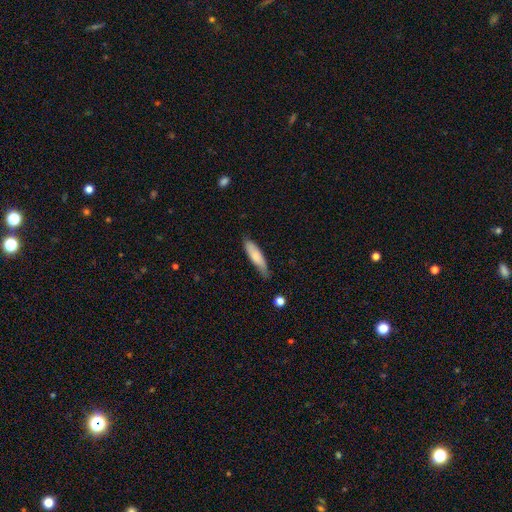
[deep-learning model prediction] Q: Smooth or featured?
A: smooth (79%); runner-up: featured or disk (15%)
Q: How rounded?
A: cigar-shaped (67%); runner-up: in between (32%)
Q: Merging?
A: none (68%); runner-up: minor disturbance (26%)